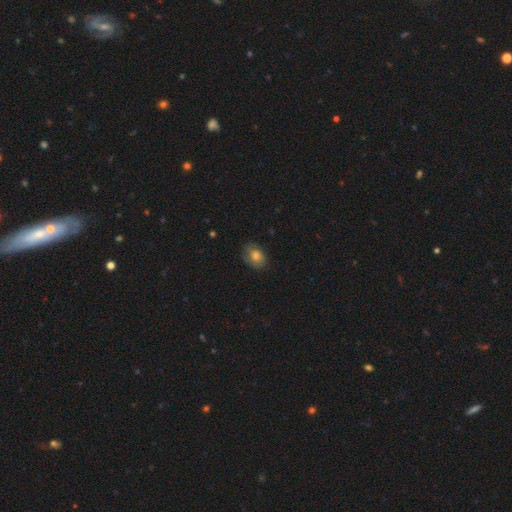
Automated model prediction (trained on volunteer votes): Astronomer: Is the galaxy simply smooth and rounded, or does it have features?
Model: smooth — 73%.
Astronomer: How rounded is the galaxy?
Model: in between — 68%.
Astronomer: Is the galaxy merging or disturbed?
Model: none — 74%.